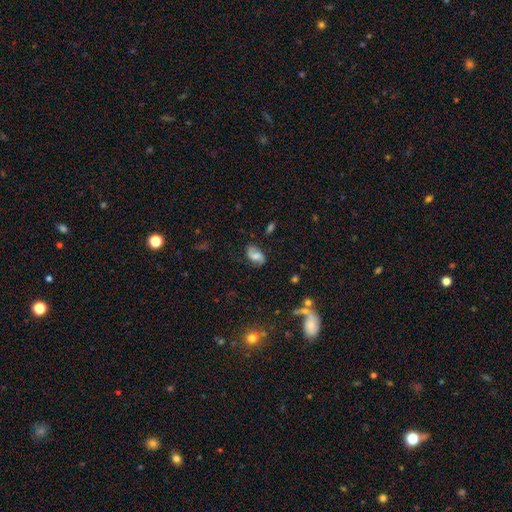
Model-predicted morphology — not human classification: featured or disk 53%, smooth 38%, star or artifact 10%. Down the decision tree: edge-on disk — no (96%); bar — no (46%); spiral arms — yes (89%); bulge size — moderate (39%); merging — none (75%).